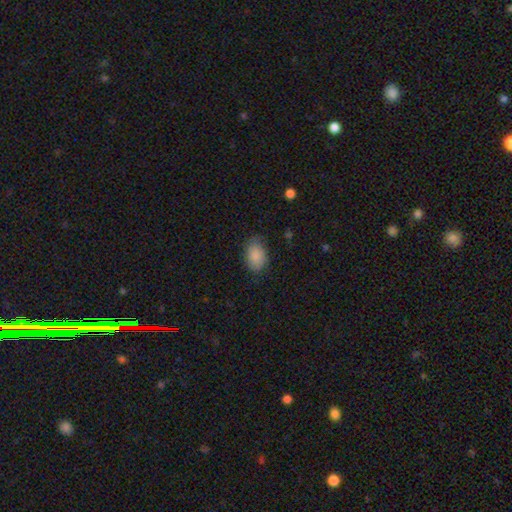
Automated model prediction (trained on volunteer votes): A smooth galaxy with no disk features (87%) that is in between round and cigar-shaped (85%).

Vote fractions:
- Smooth or featured? smooth: 87% / star or artifact: 7% / featured or disk: 6%
- How rounded? in between: 85% / round: 13% / cigar-shaped: 1%
- Merging? none: 74% / minor disturbance: 20% / major disturbance: 5% / merger: 1%